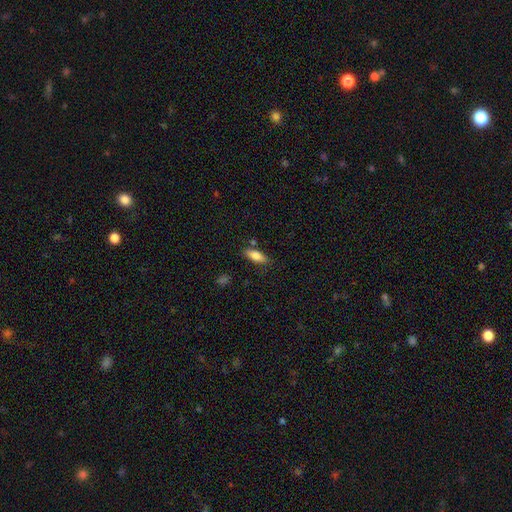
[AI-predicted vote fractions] Smooth or featured? smooth (82%)
How rounded? in between (70%)
Merging? none (78%)